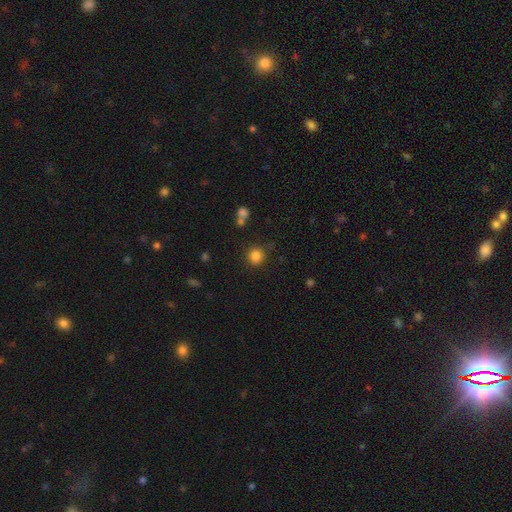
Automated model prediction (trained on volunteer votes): This appears to be a smooth galaxy with no disk features (84%) that is round (91%). Merging: none (83%).